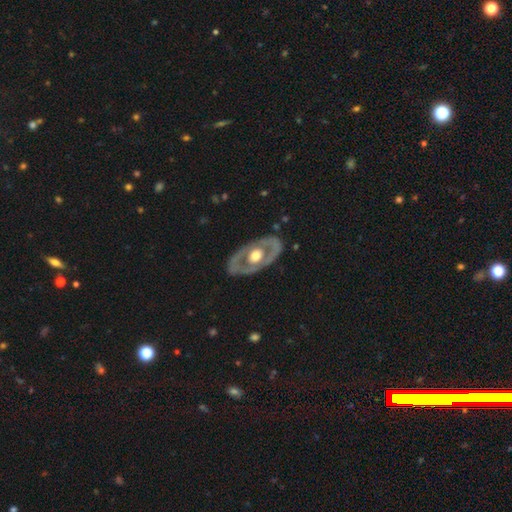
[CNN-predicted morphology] A featured or disk galaxy (68%) with no bar (86%), no spiral arms (82%) and a moderate central bulge (56%).

Vote fractions:
- Smooth or featured? featured or disk: 68% / smooth: 28% / star or artifact: 4%
- Edge-on disk? no: 87% / yes: 13%
- Bar? no: 86% / weak: 11% / strong: 4%
- Spiral arms? no: 82% / yes: 18%
- Bulge size? moderate: 56% / large: 38% / small: 3% / dominant: 2% / none: 1%
- Merging? none: 80% / minor disturbance: 14% / major disturbance: 5% / merger: 1%